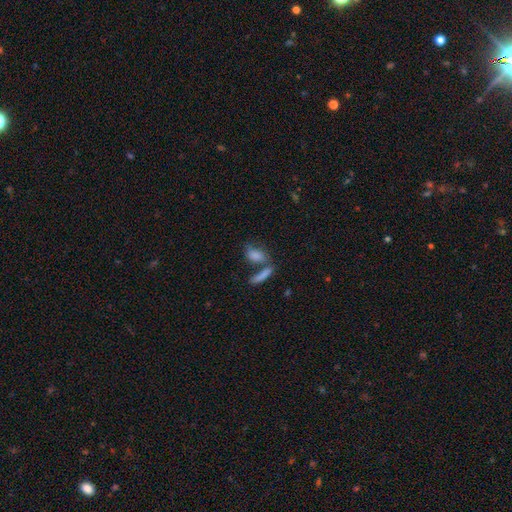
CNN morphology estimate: Smooth or featured: smooth — 66% (featured or disk — 19%)
How rounded: in between — 65% (cigar-shaped — 25%)
Merging: none — 45% (merger — 38%)